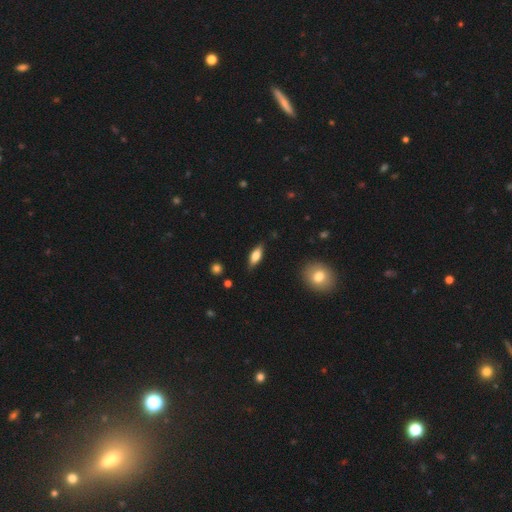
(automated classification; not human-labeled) smooth-or-featured: smooth: 69% | featured or disk: 25% | star or artifact: 7%
  how-rounded: in between: 71% | cigar-shaped: 26% | round: 3%
  merging: none: 84% | minor disturbance: 12% | major disturbance: 2% | merger: 1%